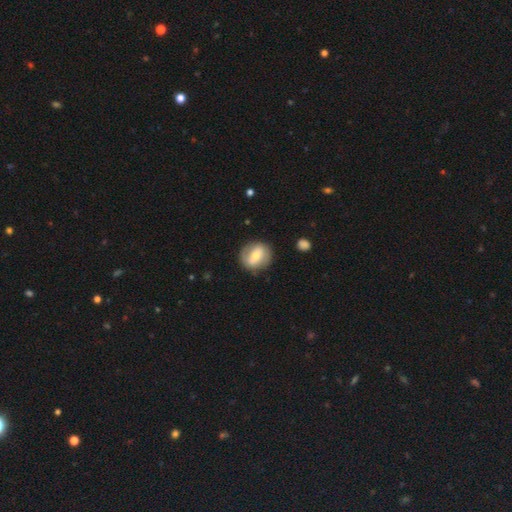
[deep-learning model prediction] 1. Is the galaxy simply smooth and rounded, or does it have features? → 48% smooth, 46% featured or disk, 6% star or artifact.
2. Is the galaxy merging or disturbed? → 81% none, 13% minor disturbance, 5% major disturbance, 1% merger.